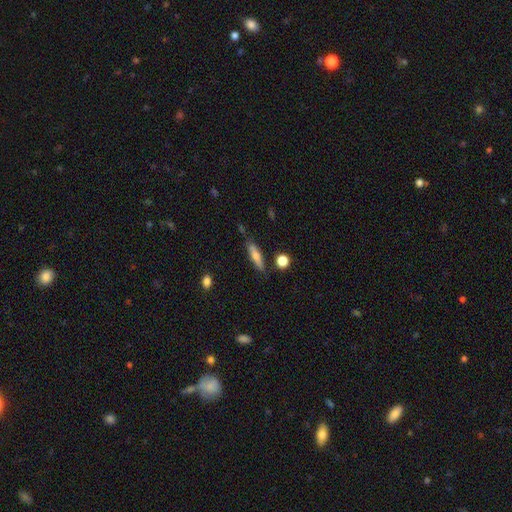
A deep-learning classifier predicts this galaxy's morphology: The model was most divided on "smooth or featured": smooth: 61%, featured or disk: 31%, star or artifact: 8%. More confident: merging — none (77%); how rounded — cigar-shaped (72%).